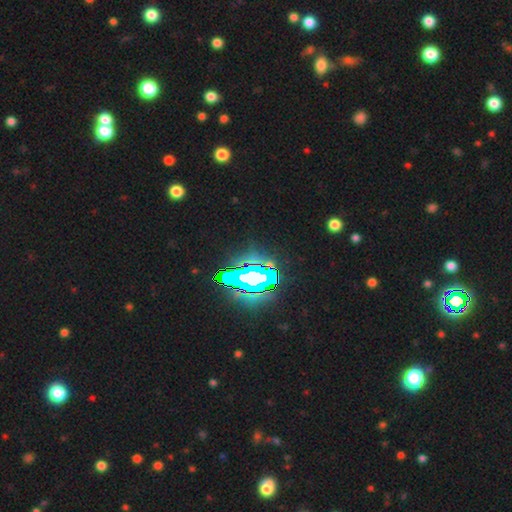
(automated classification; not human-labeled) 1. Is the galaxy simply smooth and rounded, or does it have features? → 82% star or artifact, 11% smooth, 7% featured or disk.